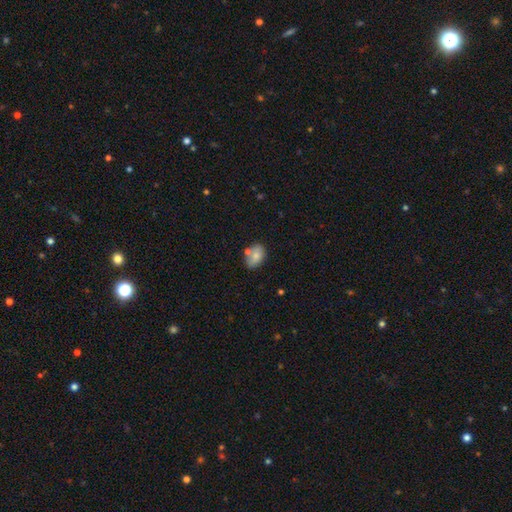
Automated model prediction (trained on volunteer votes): This appears to be a smooth galaxy with no disk features (76%) that is in between round and cigar-shaped (86%). Merging: none (62%).